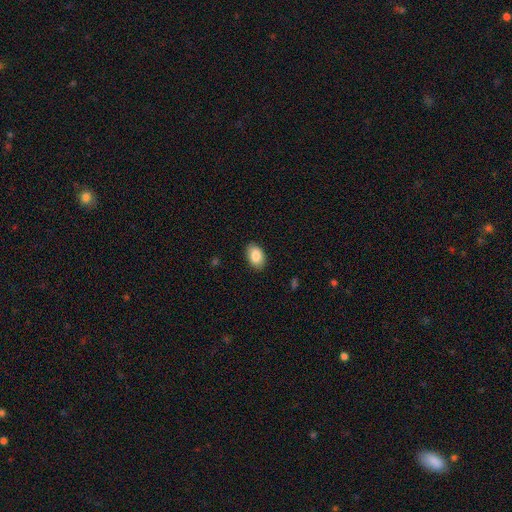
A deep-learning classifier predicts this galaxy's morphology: A smooth galaxy with no disk features (87%) that is in between round and cigar-shaped (89%).

Vote fractions:
- Smooth or featured? smooth: 87% / star or artifact: 7% / featured or disk: 7%
- How rounded? in between: 89% / round: 10% / cigar-shaped: 1%
- Merging? none: 88% / minor disturbance: 9% / major disturbance: 2% / merger: 1%